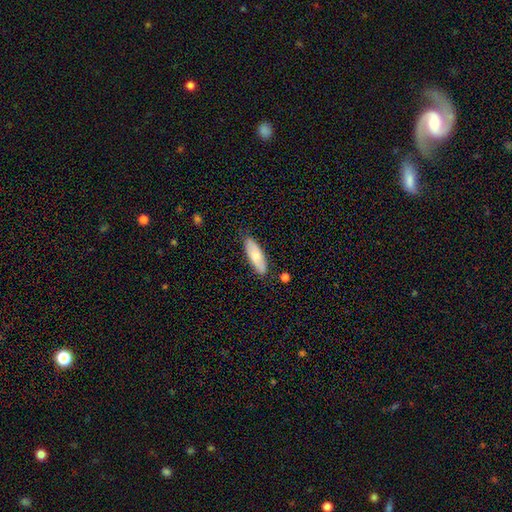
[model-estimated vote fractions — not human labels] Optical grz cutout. It shows a smooth galaxy with no disk features (62%) that is in between round and cigar-shaped (63%). Merging: none (83%).